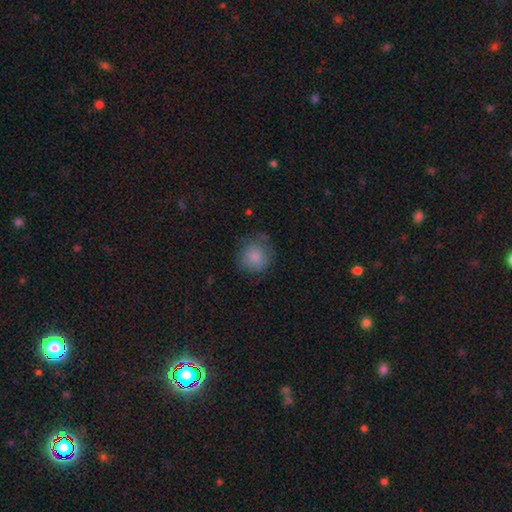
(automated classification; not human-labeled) smooth_or_featured: smooth (p=0.81) [alt: star or artifact p=0.10]
how_rounded: round (p=0.87) [alt: in between p=0.12]
merging: none (p=0.68) [alt: minor disturbance p=0.22]